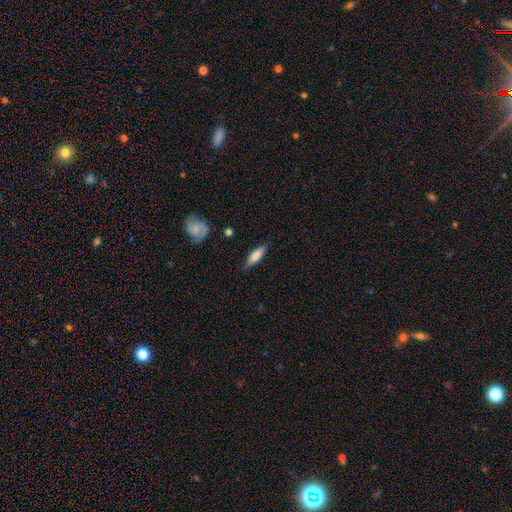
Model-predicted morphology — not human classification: This appears to be a smooth galaxy with no disk features (73%) that is cigar-shaped (55%). Merging: none (82%).